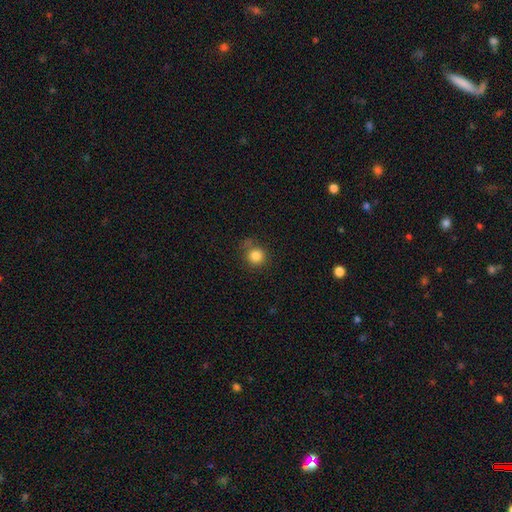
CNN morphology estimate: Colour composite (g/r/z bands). It shows a smooth galaxy with no disk features (83%) that is round (91%). Merging: none (71%).